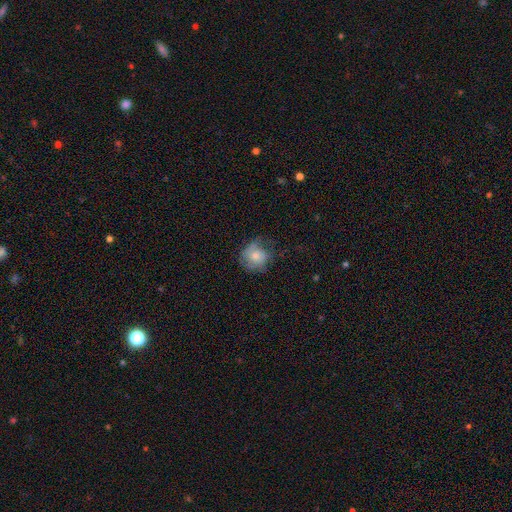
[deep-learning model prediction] smooth-or-featured: smooth: 68% | featured or disk: 24% | star or artifact: 8%
  how-rounded: round: 78% | in between: 21% | cigar-shaped: 1%
  merging: none: 45% | minor disturbance: 30% | major disturbance: 23% | merger: 2%